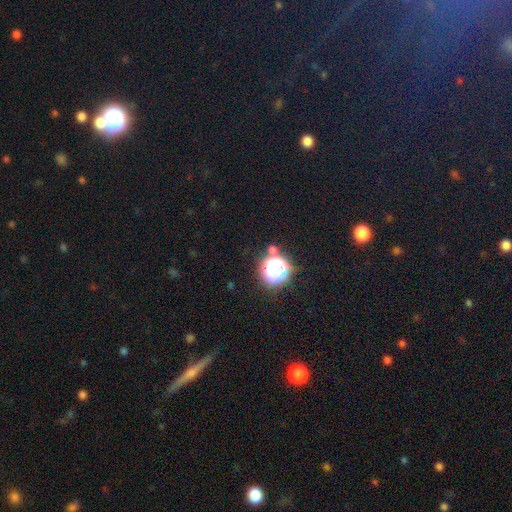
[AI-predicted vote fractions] Smooth or featured? star or artifact (67%)